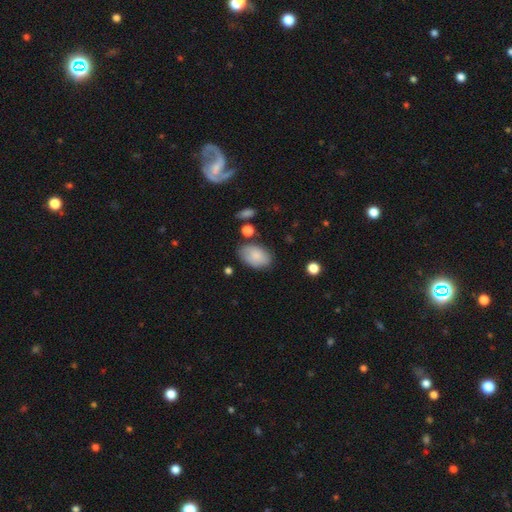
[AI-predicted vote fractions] Morphology: type=smooth (82%); roundness=in between (91%); merging=none (72%).